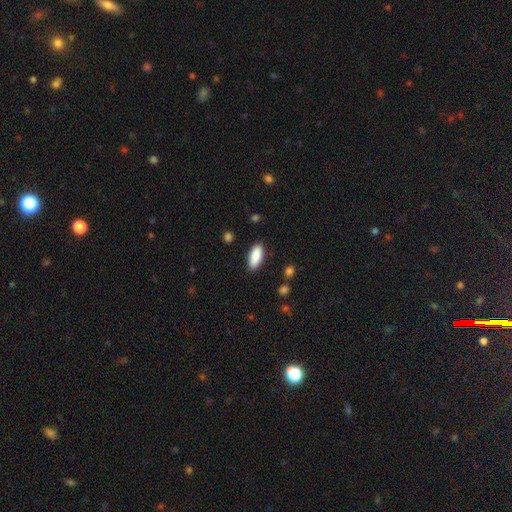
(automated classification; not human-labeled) smooth 88%, star or artifact 6%, featured or disk 6%. Down the decision tree: how rounded — in between (79%); merging — none (86%).